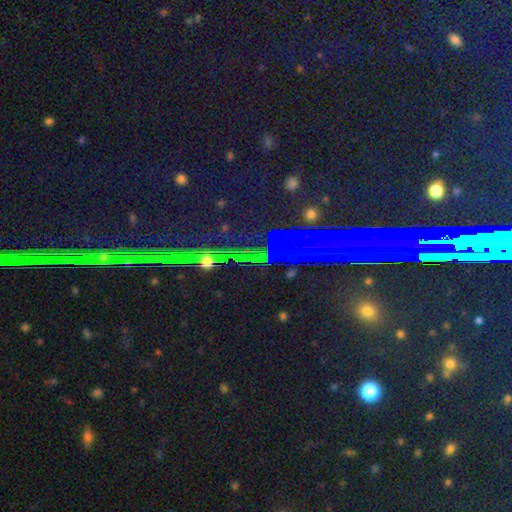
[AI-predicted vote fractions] smooth-or-featured: star or artifact: 81% | featured or disk: 10% | smooth: 9%